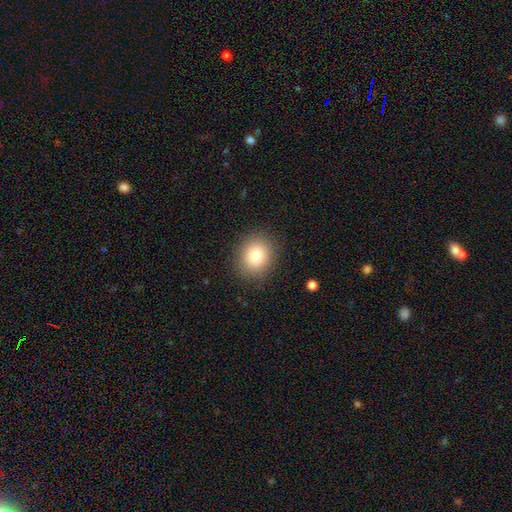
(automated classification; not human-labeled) This is clearly a smooth galaxy (82%). How rounded: likely round (69%). Merging: clearly none (87%).